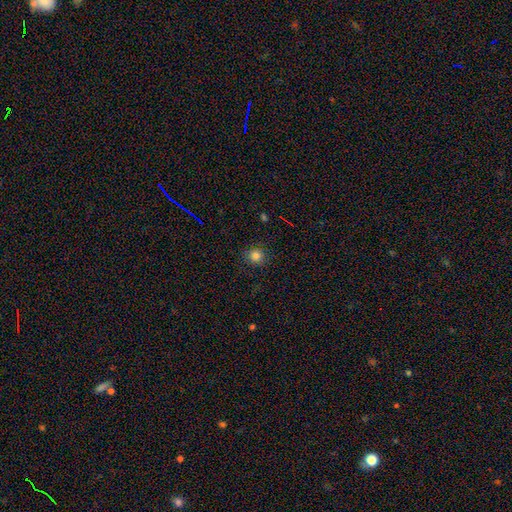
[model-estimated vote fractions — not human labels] Overall: smooth (81%). How rounded: round (92%). Merging: none (88%).